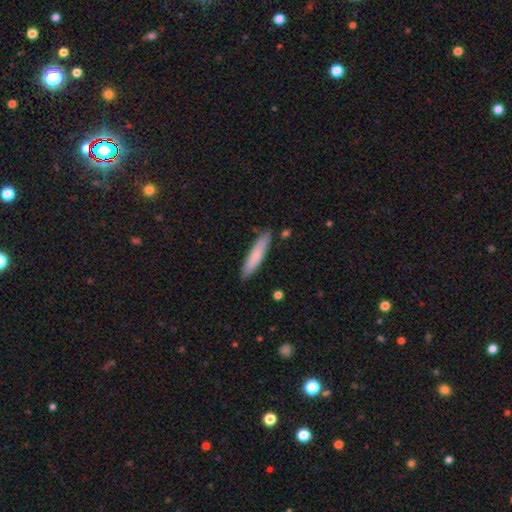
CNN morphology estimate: This appears to be a smooth galaxy with no disk features (76%) that is cigar-shaped (87%). Merging: none (86%).